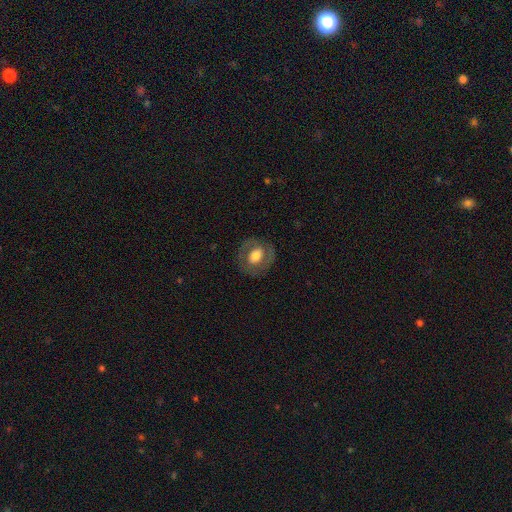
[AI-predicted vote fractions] A smooth galaxy with no disk features (54%) that is round (58%). Merging: none (80%).